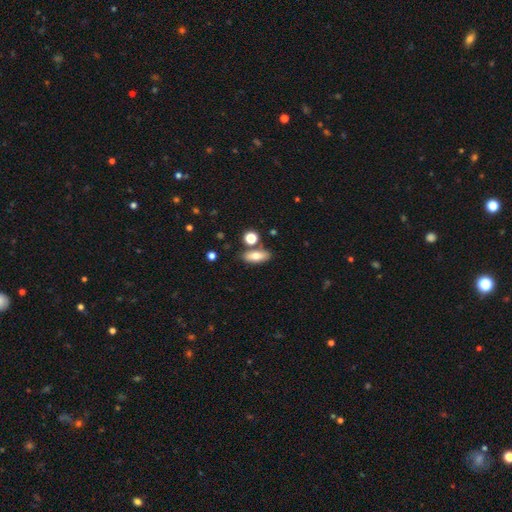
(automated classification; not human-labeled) smooth 72%, featured or disk 19%, star or artifact 9%. Down the decision tree: how rounded — in between (73%); merging — none (74%).